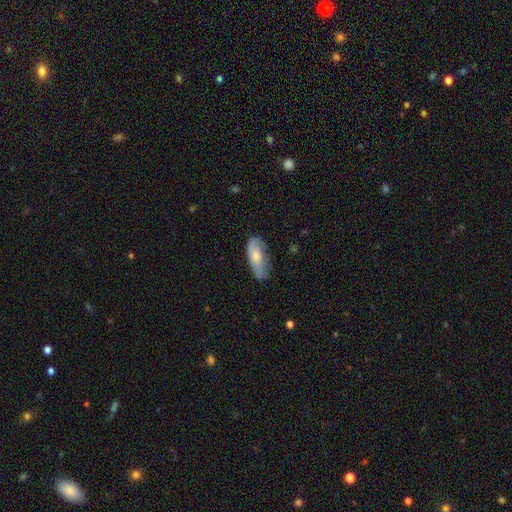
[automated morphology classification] smooth 55%, featured or disk 38%, star or artifact 7%. Down the decision tree: how rounded — in between (77%); merging — none (65%).